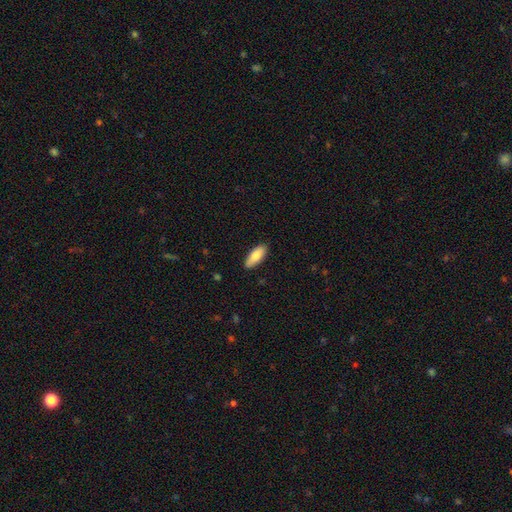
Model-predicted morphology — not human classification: A smooth galaxy with no disk features (83%) that is in between round and cigar-shaped (77%). Merging: none (87%).